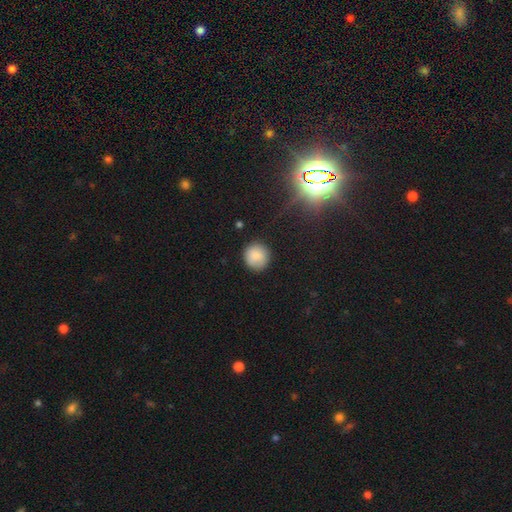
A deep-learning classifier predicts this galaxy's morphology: smooth_or_featured: smooth (p=0.85) [alt: star or artifact p=0.09]
how_rounded: round (p=0.92) [alt: in between p=0.07]
merging: none (p=0.86) [alt: minor disturbance p=0.11]